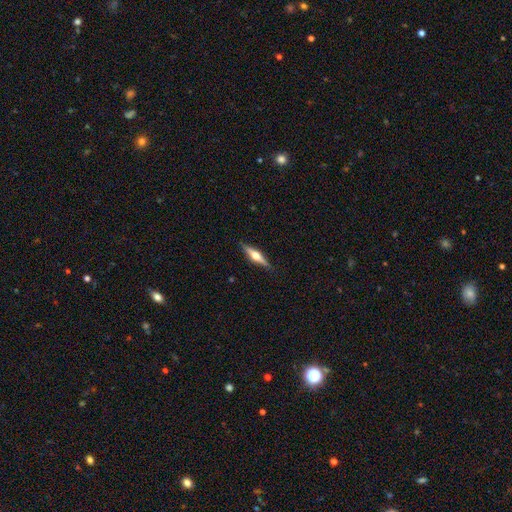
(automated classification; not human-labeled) smooth_or_featured: featured or disk (p=0.72) [alt: smooth p=0.23]
disk_edge_on: yes (p=0.98) [alt: no p=0.02]
edge_on_bulge: rounded (p=0.95) [alt: boxy p=0.04]
merging: none (p=0.90) [alt: minor disturbance p=0.07]